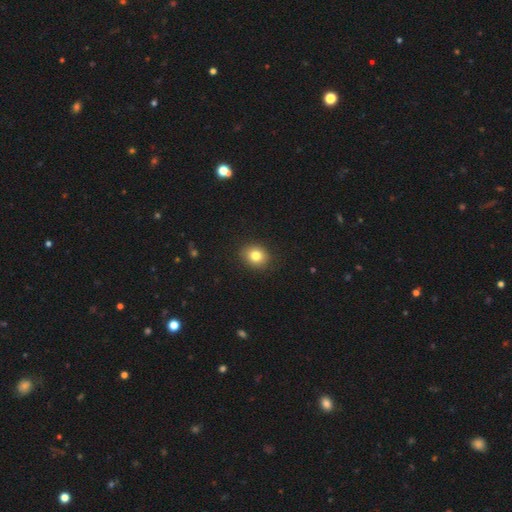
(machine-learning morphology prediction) Smooth or featured: smooth — 81% (star or artifact — 10%)
How rounded: round — 64% (in between — 35%)
Merging: none — 90% (minor disturbance — 7%)